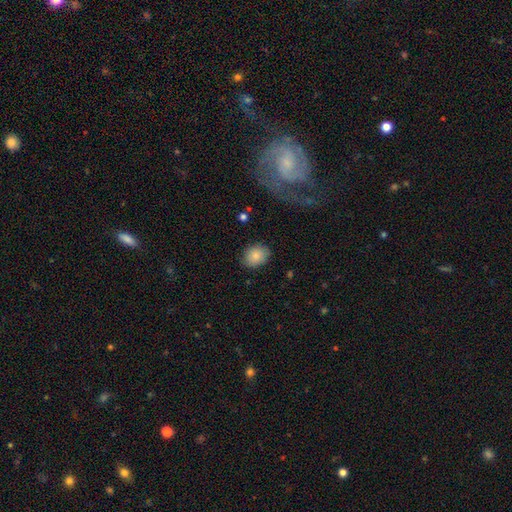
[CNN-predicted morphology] smooth_or_featured: smooth (p=0.83) [alt: featured or disk p=0.09]
how_rounded: in between (p=0.53) [alt: round p=0.46]
merging: none (p=0.82) [alt: minor disturbance p=0.14]